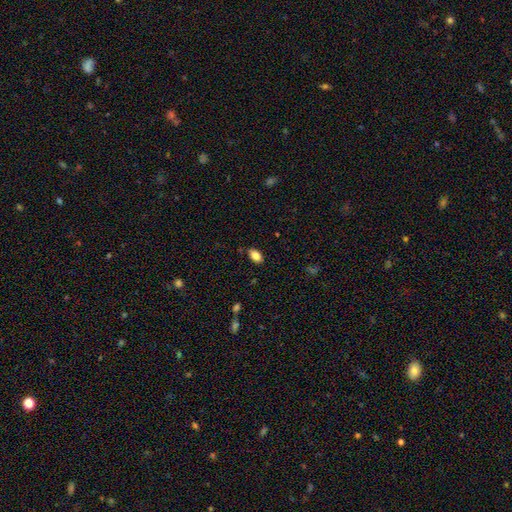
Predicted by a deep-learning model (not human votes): This appears to be a smooth galaxy with no disk features (83%) that is in between round and cigar-shaped (89%). Merging: none (85%).